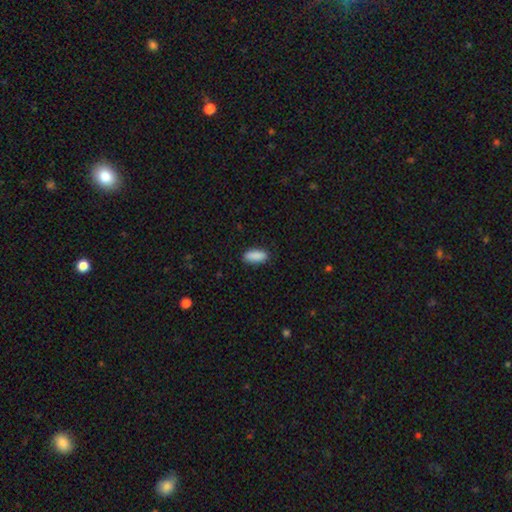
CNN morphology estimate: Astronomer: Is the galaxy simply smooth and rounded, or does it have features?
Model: smooth — 90%.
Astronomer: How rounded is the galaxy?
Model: in between — 83%.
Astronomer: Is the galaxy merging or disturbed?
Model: none — 86%.